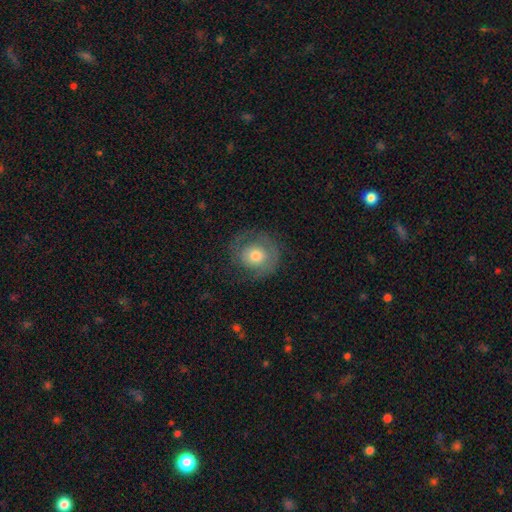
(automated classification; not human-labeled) Overall: smooth (46%, tied with featured or disk). Merging: none (67%).